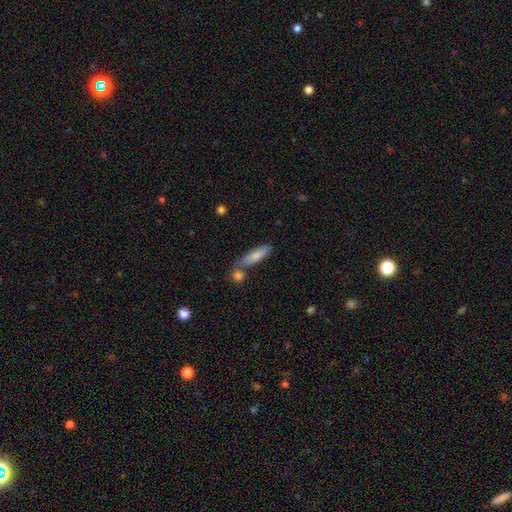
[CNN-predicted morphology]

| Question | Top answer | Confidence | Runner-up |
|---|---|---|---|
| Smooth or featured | smooth | 77% | featured or disk (17%) |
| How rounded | cigar-shaped | 59% | in between (39%) |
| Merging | none | 57% | merger (26%) |